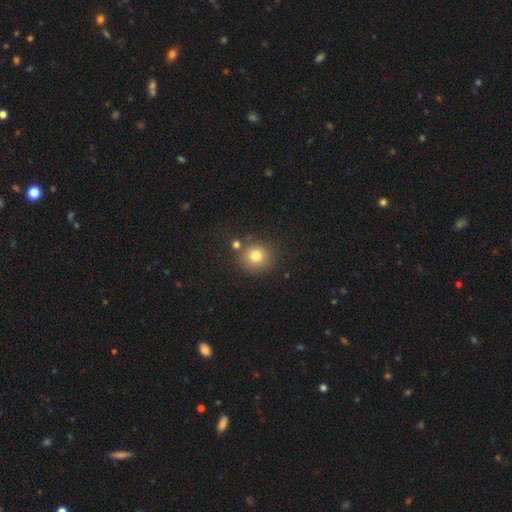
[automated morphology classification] Smooth or featured: smooth — 77% (star or artifact — 14%)
How rounded: round — 90% (in between — 9%)
Merging: none — 78% (minor disturbance — 9%)